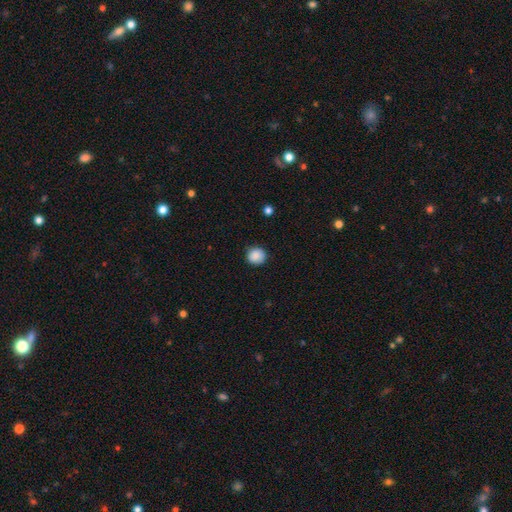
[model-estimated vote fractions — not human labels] smooth 88%, star or artifact 9%, featured or disk 4%. Down the decision tree: how rounded — round (90%); merging — none (86%).